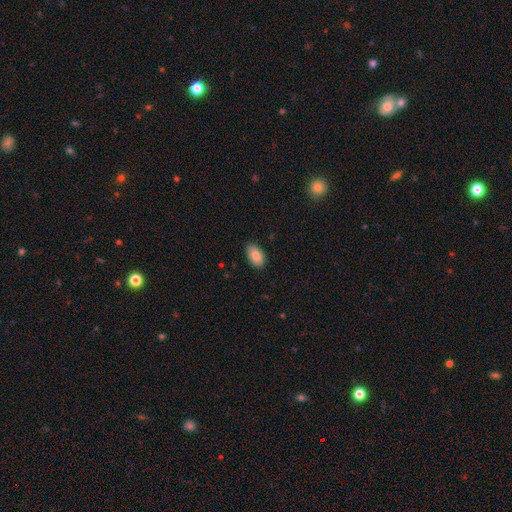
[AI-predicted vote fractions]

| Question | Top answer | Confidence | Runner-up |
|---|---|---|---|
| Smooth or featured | smooth | 87% | star or artifact (7%) |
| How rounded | in between | 93% | round (5%) |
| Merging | none | 87% | minor disturbance (10%) |